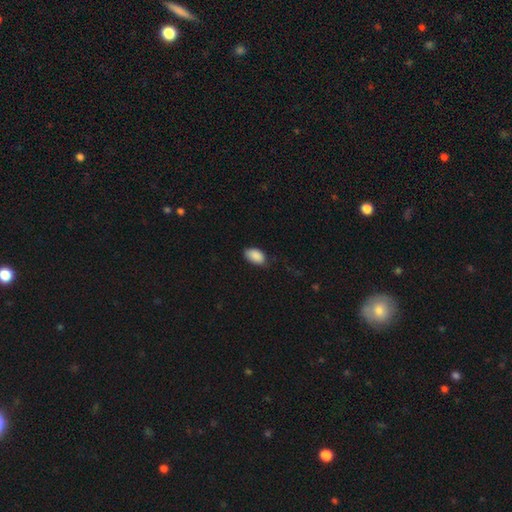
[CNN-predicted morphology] Smooth or featured? smooth (89%)
How rounded? in between (93%)
Merging? none (72%)